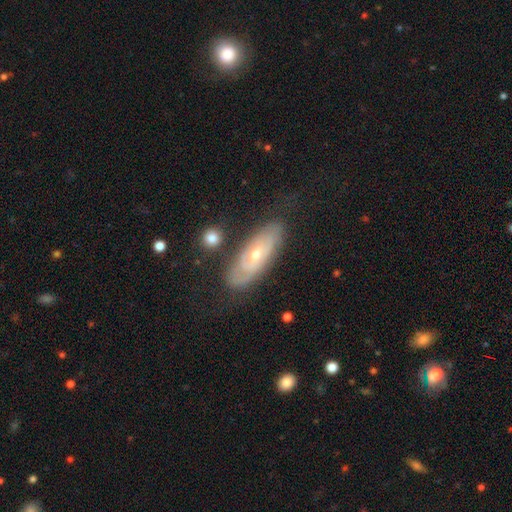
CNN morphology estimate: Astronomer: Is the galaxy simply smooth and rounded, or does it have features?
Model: featured or disk — 68%.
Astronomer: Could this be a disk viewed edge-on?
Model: no — 84%.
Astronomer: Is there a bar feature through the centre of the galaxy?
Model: no — 75%.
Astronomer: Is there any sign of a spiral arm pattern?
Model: yes — 73%.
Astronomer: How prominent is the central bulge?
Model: small — 57% (runner-up: moderate, 40%).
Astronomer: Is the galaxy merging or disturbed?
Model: none — 74%.